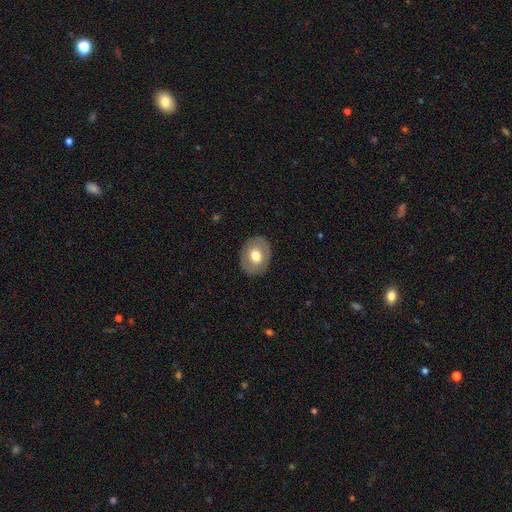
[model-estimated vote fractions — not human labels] Morphology: type=smooth (65%); roundness=in between (53%); merging=none (87%).